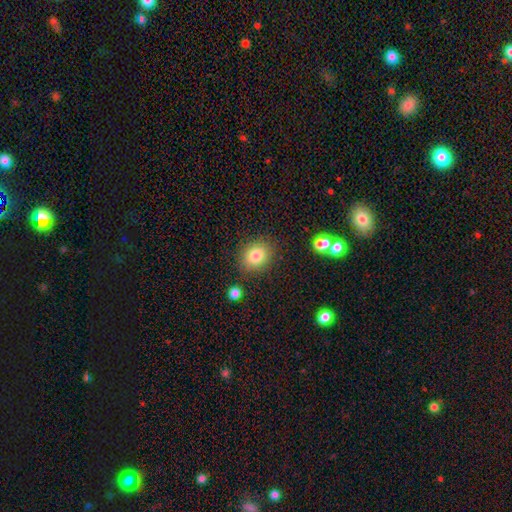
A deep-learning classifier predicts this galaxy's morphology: A smooth galaxy with no disk features (81%) that is round (58%). Merging: none (84%).